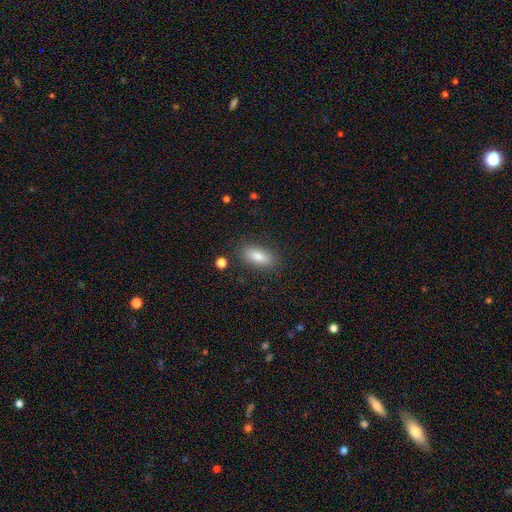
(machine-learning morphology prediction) Smooth or featured? Predicted: smooth (p=0.82). How rounded? Predicted: in between (p=0.82). Merging? Predicted: none (p=0.86).